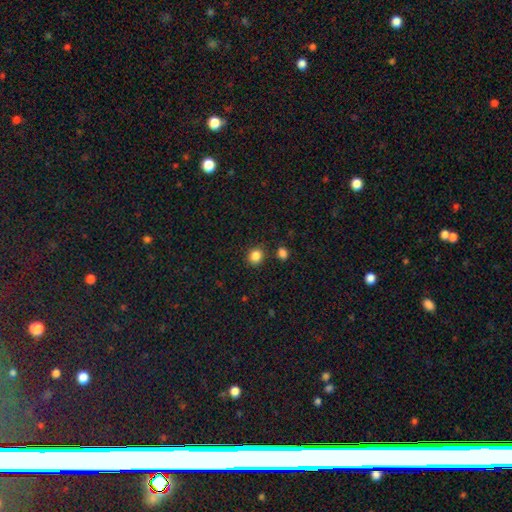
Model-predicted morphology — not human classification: Overall: smooth (85%). How rounded: round (79%). Merging: none (84%).